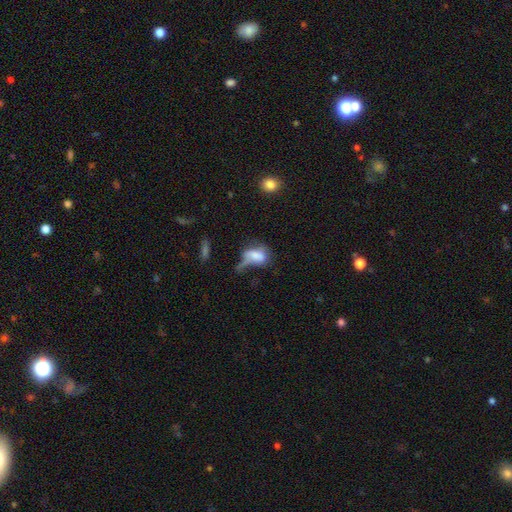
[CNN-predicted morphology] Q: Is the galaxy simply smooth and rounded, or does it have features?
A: smooth — 65%.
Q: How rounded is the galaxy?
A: in between — 84%.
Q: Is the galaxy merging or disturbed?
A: major disturbance — 40%.